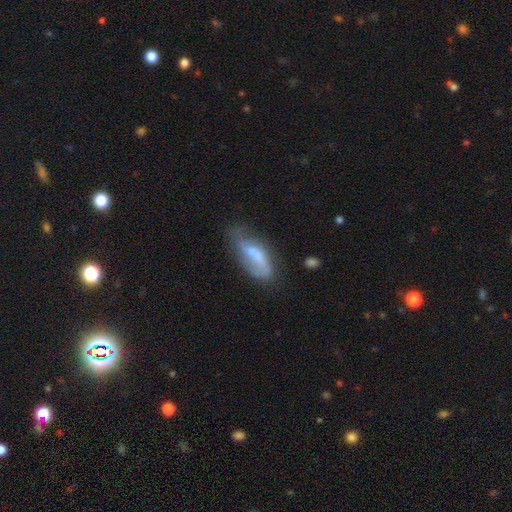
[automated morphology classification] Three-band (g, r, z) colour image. It shows a featured or disk galaxy (47%). Merging: none (44%).